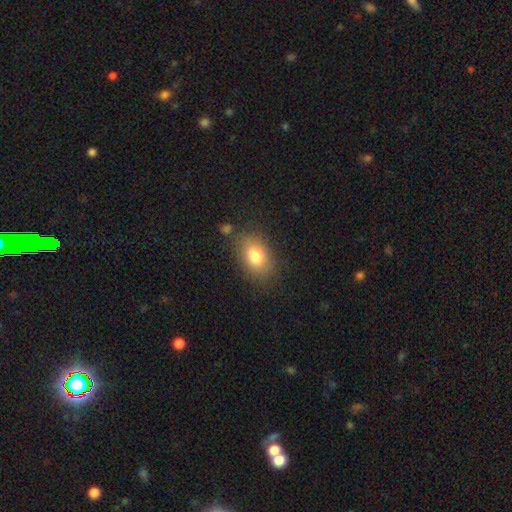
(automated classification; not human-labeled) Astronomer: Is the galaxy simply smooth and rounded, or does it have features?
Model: smooth — 79%.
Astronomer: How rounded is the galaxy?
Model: in between — 76%.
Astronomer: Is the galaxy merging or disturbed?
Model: none — 79%.